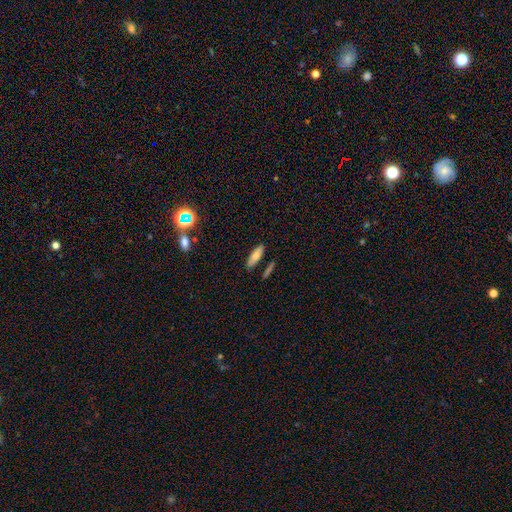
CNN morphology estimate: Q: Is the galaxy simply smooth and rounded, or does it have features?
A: smooth — 70%.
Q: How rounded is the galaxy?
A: in between — 56%.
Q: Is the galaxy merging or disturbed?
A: none — 79%.